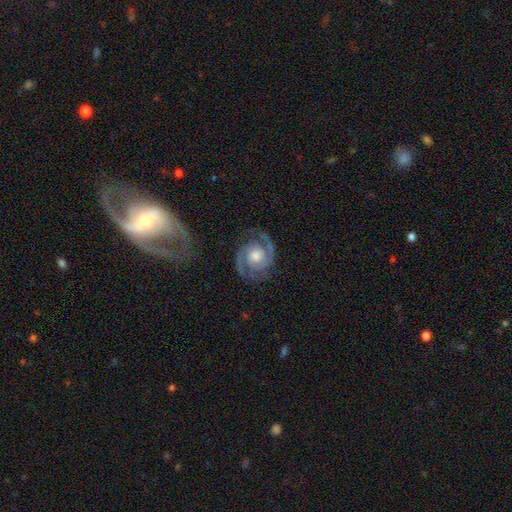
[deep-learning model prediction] Smooth or featured: featured or disk — 91% (star or artifact — 4%)
Edge-on disk: no — 98% (yes — 2%)
Bar: no — 70% (weak — 23%)
Spiral arms: yes — 98% (no — 2%)
Spiral winding: tight — 60% (medium — 35%)
Spiral arm count: 2 — 92% (3 — 3%)
Bulge size: moderate — 63% (small — 19%)
Merging: none — 80% (minor disturbance — 13%)